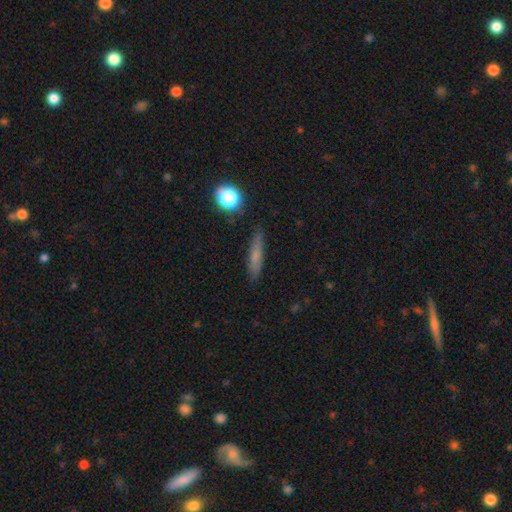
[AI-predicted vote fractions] Smooth or featured?
  - smooth: 67% *
  - featured or disk: 22%
  - star or artifact: 11%
How rounded?
  - cigar-shaped: 81% *
  - in between: 14%
  - round: 5%
Merging?
  - none: 84% *
  - minor disturbance: 11%
  - major disturbance: 3%
  - merger: 2%